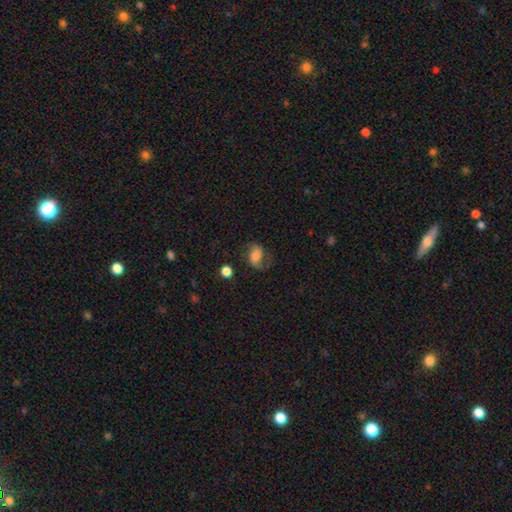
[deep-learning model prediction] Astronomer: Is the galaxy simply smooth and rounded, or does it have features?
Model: featured or disk — 55% (runner-up: smooth, 35%).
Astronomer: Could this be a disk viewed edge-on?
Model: no — 97%.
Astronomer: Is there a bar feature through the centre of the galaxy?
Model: no — 48% (runner-up: weak, 37%).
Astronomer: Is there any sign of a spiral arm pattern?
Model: yes — 90%.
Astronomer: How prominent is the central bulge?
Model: moderate — 35% (runner-up: large, 24%).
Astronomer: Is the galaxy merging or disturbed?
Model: none — 61%.